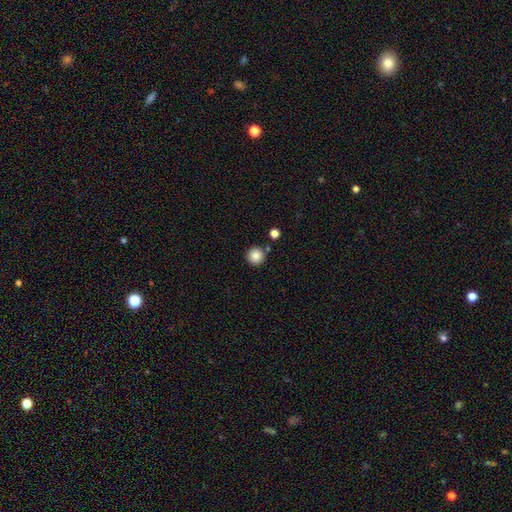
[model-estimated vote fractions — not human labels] Smooth or featured?
  - smooth: 85% *
  - star or artifact: 10%
  - featured or disk: 5%
How rounded?
  - round: 96% *
  - in between: 3%
  - cigar-shaped: 1%
Merging?
  - none: 86% *
  - minor disturbance: 6%
  - merger: 6%
  - major disturbance: 2%